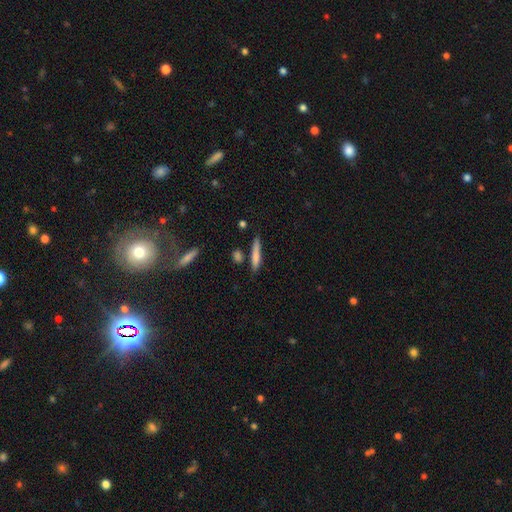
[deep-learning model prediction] Smooth or featured: smooth — 74% (featured or disk — 19%)
How rounded: cigar-shaped — 90% (in between — 8%)
Merging: none — 76% (minor disturbance — 15%)